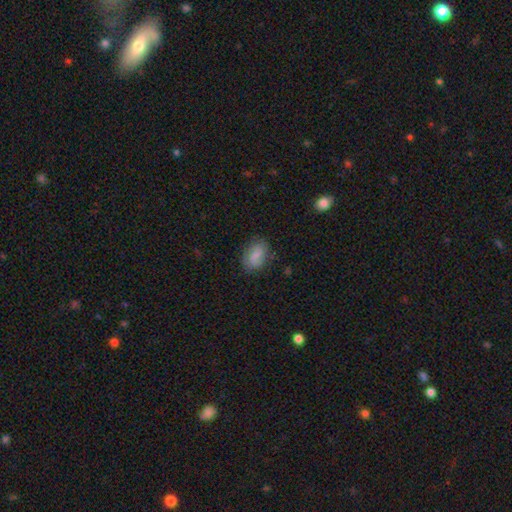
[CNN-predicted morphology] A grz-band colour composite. It shows a smooth galaxy with no disk features (68%) that is in between round and cigar-shaped (85%). Merging: none (79%).